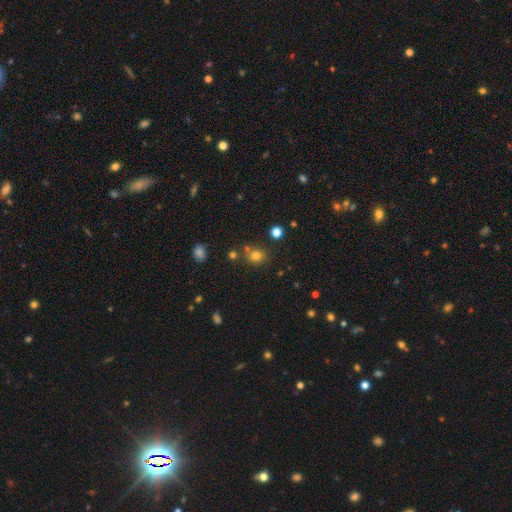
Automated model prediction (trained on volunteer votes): smooth_or_featured: smooth (p=0.76) [alt: star or artifact p=0.17]
how_rounded: round (p=0.81) [alt: in between p=0.18]
merging: none (p=0.71) [alt: merger p=0.15]